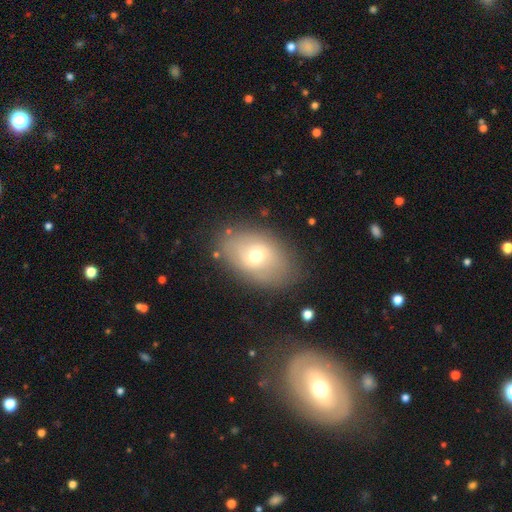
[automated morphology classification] smooth-or-featured: smooth: 53% | featured or disk: 38% | star or artifact: 9%
  how-rounded: in between: 82% | round: 17% | cigar-shaped: 1%
  merging: none: 79% | minor disturbance: 13% | major disturbance: 5% | merger: 2%